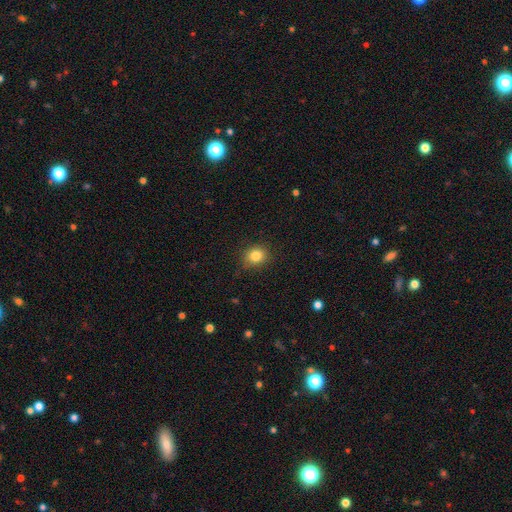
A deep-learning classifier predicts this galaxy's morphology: type=smooth (83%); roundness=round (70%); merging=none (83%).